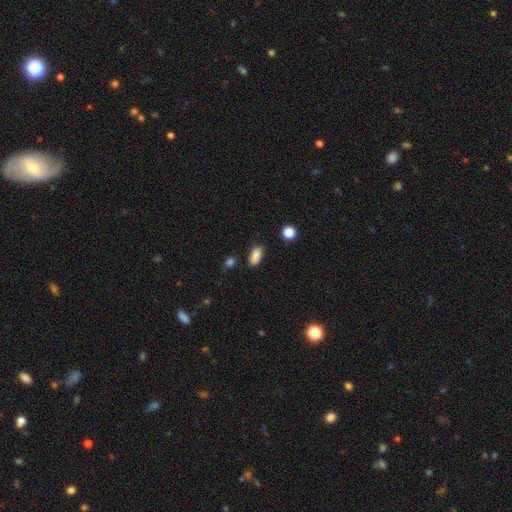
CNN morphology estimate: smooth-or-featured: smooth: 87% | star or artifact: 9% | featured or disk: 4%
  how-rounded: in between: 89% | cigar-shaped: 7% | round: 4%
  merging: none: 80% | minor disturbance: 15% | major disturbance: 3% | merger: 2%